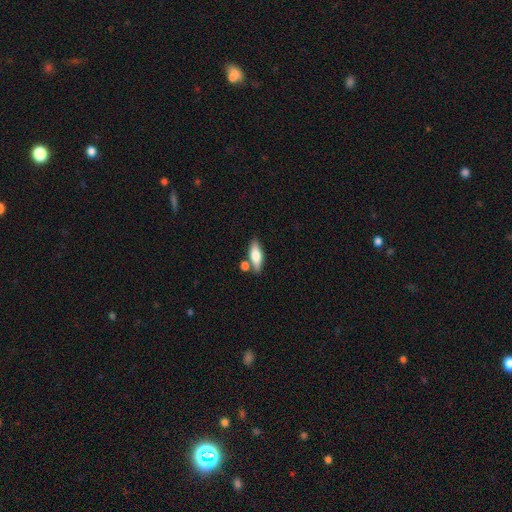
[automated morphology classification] smooth_or_featured: smooth (p=0.62) [alt: featured or disk p=0.31]
how_rounded: in between (p=0.60) [alt: cigar-shaped p=0.36]
merging: none (p=0.70) [alt: merger p=0.15]